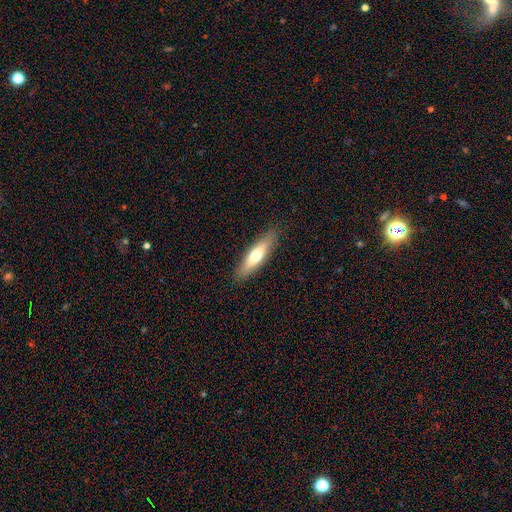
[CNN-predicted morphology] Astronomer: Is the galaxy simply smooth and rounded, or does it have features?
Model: smooth — 58% (runner-up: featured or disk, 36%).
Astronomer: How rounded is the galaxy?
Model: cigar-shaped — 65%.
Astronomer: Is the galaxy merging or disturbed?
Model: none — 87%.